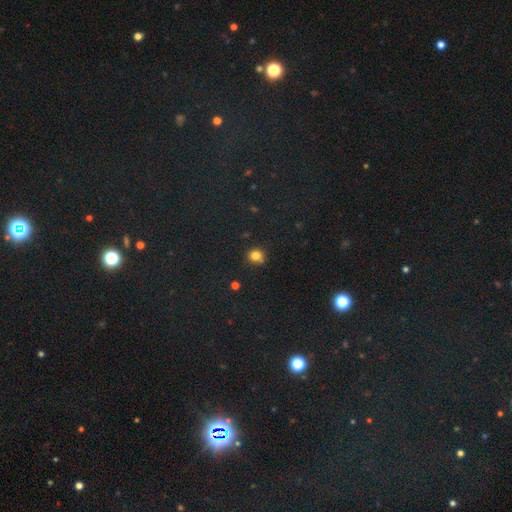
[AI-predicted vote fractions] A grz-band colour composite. It shows a smooth galaxy with no disk features (80%) that is round (80%). Merging: none (77%).